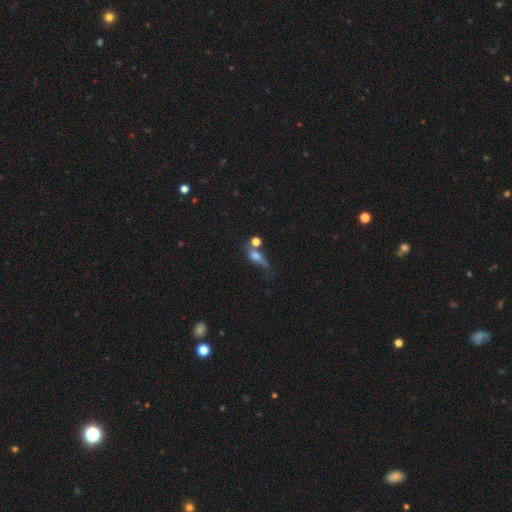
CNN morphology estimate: Q: Smooth or featured?
A: smooth (63%); runner-up: featured or disk (22%)
Q: How rounded?
A: in between (59%); runner-up: round (25%)
Q: Merging?
A: none (32%); runner-up: merger (26%)